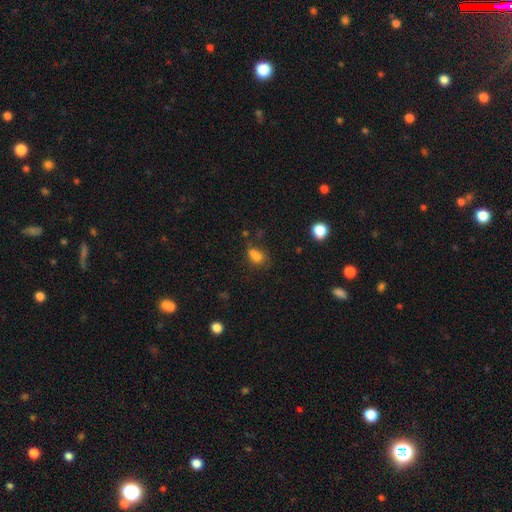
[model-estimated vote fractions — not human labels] Smooth or featured: smooth — 74% (star or artifact — 15%)
How rounded: in between — 68% (round — 28%)
Merging: none — 43% (minor disturbance — 23%)